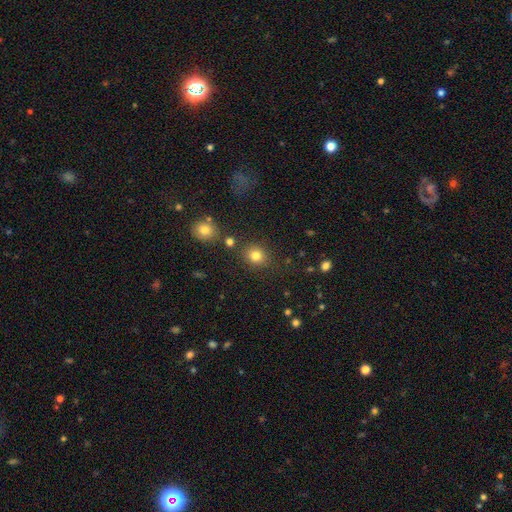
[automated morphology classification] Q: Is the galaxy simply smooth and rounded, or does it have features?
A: smooth — 81%.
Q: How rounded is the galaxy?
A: round — 78%.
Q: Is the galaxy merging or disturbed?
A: none — 83%.